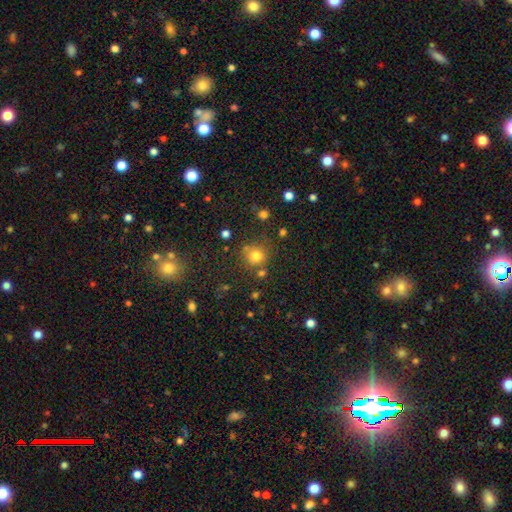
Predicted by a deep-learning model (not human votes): Smooth or featured: smooth — 77% (star or artifact — 16%)
How rounded: round — 91% (in between — 8%)
Merging: none — 76% (minor disturbance — 11%)